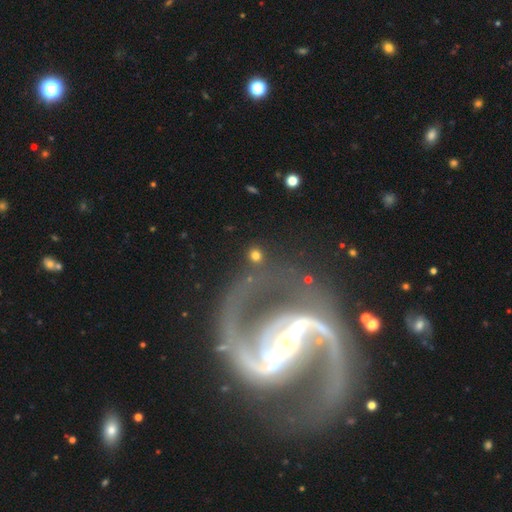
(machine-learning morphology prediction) Smooth or featured?
  - smooth: 75% *
  - star or artifact: 13%
  - featured or disk: 12%
How rounded?
  - round: 85% *
  - in between: 13%
  - cigar-shaped: 2%
Merging?
  - none: 81% *
  - minor disturbance: 8%
  - merger: 6%
  - major disturbance: 5%